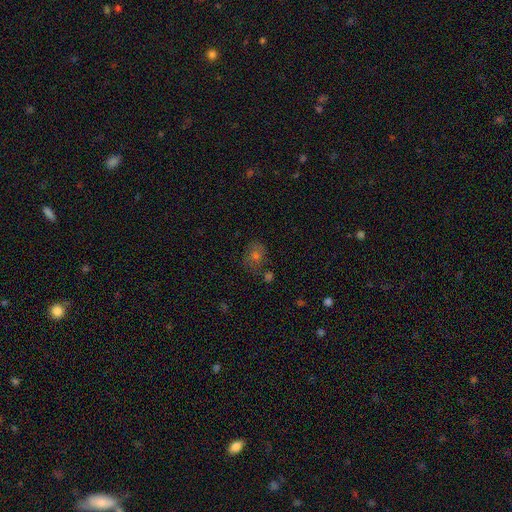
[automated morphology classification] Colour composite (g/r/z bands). It shows a smooth galaxy with no disk features (56%) that is round (61%). Merging: none (68%).